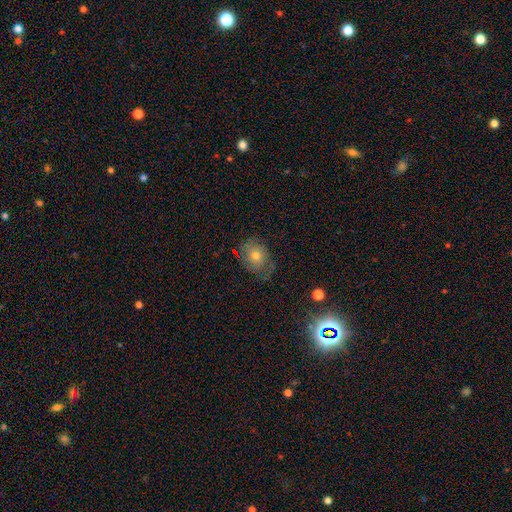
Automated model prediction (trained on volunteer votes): Smooth or featured? featured or disk (45%)
Merging? none (62%)